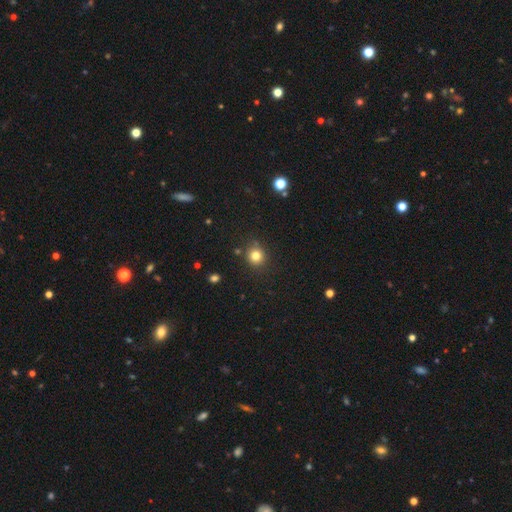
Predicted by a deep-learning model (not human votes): A smooth galaxy with no disk features (80%) that is round (90%).

Vote fractions:
- Smooth or featured? smooth: 80% / star or artifact: 14% / featured or disk: 6%
- How rounded? round: 90% / in between: 9% / cigar-shaped: 1%
- Merging? none: 86% / minor disturbance: 8% / merger: 4% / major disturbance: 2%